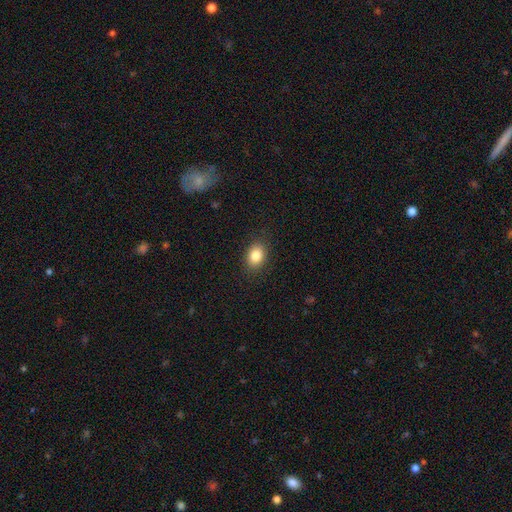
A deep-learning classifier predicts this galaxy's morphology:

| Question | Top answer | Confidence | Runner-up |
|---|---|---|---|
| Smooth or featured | smooth | 86% | star or artifact (9%) |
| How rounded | in between | 72% | round (27%) |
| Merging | none | 87% | minor disturbance (9%) |